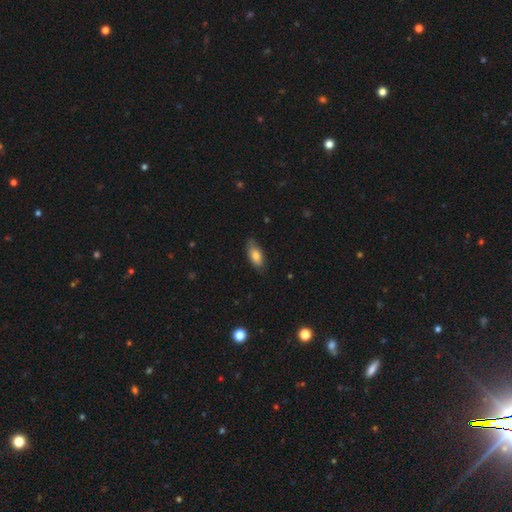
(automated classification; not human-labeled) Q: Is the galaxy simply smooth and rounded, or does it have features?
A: smooth — 79%.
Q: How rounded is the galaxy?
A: in between — 86%.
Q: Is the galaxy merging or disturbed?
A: none — 77%.